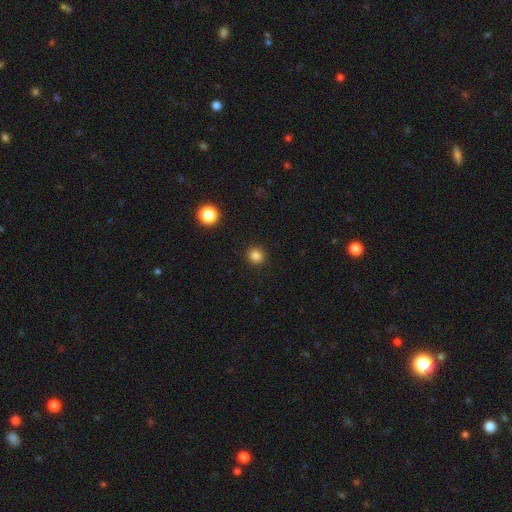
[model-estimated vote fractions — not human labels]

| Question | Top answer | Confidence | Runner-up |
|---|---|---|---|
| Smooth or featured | smooth | 83% | star or artifact (13%) |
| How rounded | round | 88% | in between (11%) |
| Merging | none | 91% | minor disturbance (6%) |